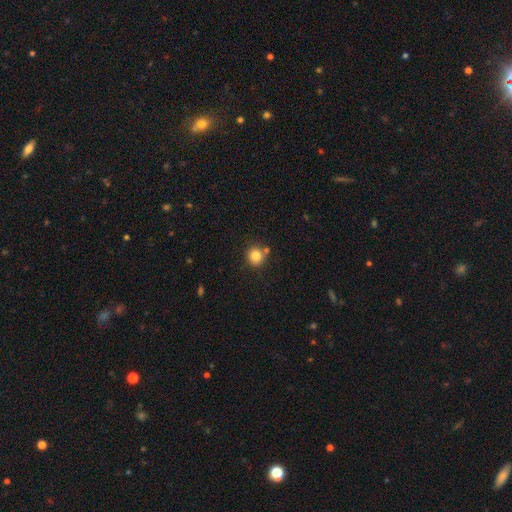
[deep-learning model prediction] Smooth or featured? Predicted: smooth (p=0.82). How rounded? Predicted: round (p=0.91). Merging? Predicted: none (p=0.75).